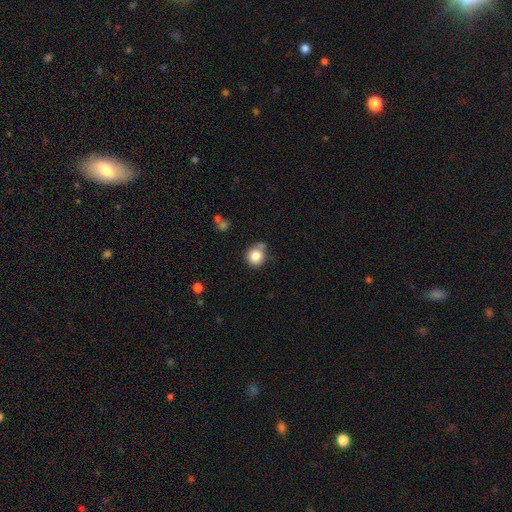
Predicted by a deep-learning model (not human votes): smooth 84%, star or artifact 10%, featured or disk 6%. Down the decision tree: how rounded — round (86%); merging — none (62%).